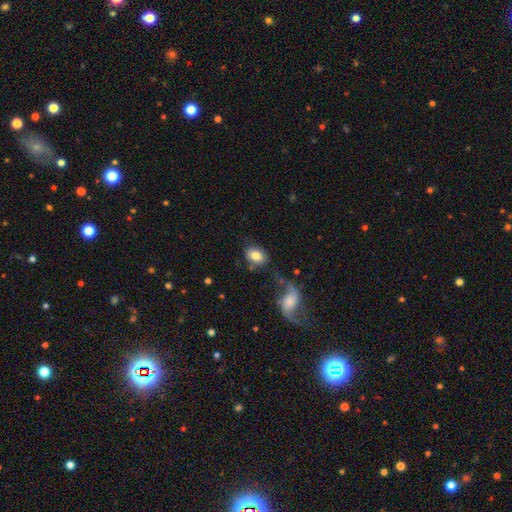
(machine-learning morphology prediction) This is likely a smooth galaxy (77%). How rounded: likely in between (71%). Merging: likely none (64%).